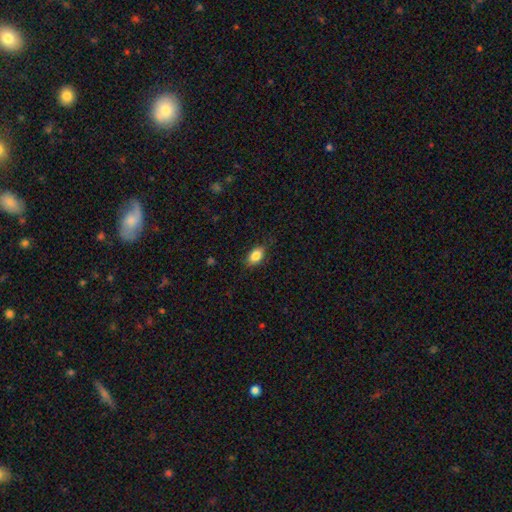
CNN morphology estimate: Overall: smooth (86%). How rounded: in between (88%). Merging: none (79%).